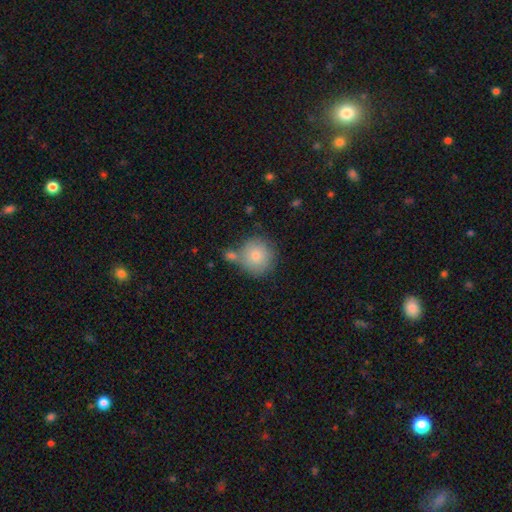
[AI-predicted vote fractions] This is likely a smooth galaxy (79%). How rounded: clearly round (92%). Merging: likely none (62%).